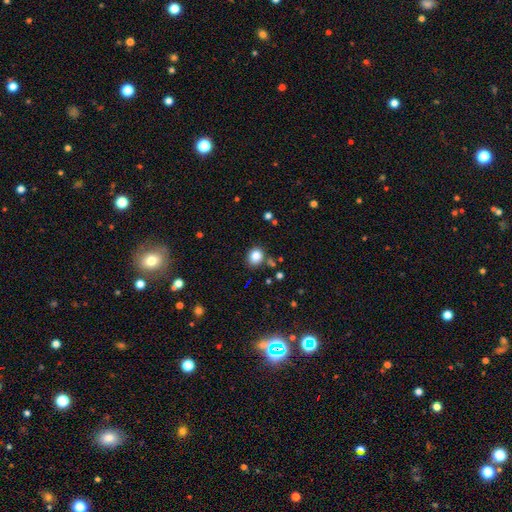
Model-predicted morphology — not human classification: The model was most divided on "how rounded": round: 66%, in between: 33%, cigar-shaped: 1%. More confident: smooth or featured — smooth (83%); merging — none (81%).